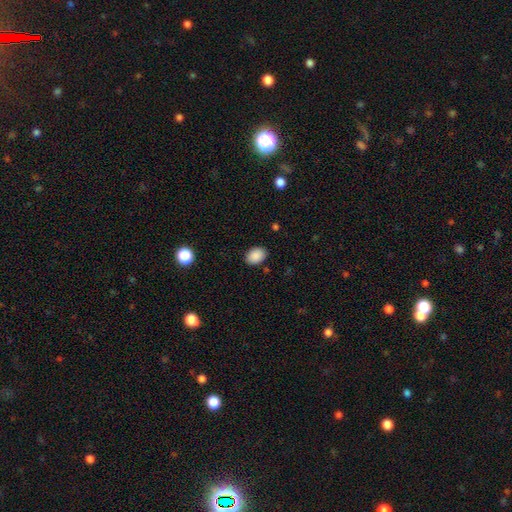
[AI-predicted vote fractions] smooth_or_featured: smooth (p=0.89) [alt: star or artifact p=0.08]
how_rounded: in between (p=0.74) [alt: round p=0.25]
merging: none (p=0.87) [alt: minor disturbance p=0.10]